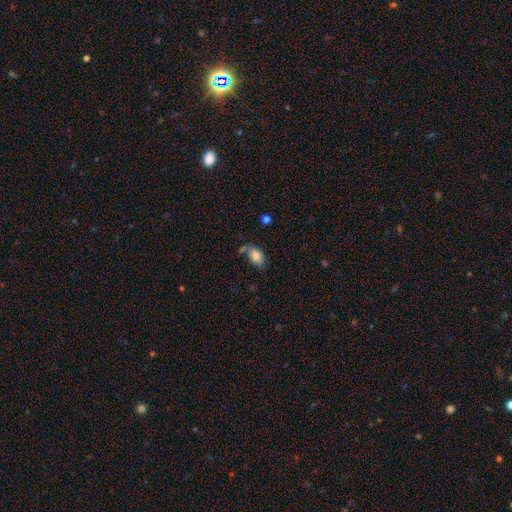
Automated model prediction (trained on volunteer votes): The model was most divided on "merging": none: 58%, minor disturbance: 23%, merger: 11%, major disturbance: 8%. More confident: how rounded — in between (90%); smooth or featured — smooth (78%).